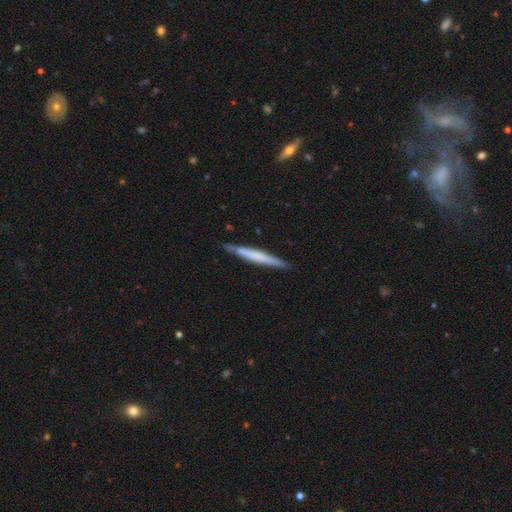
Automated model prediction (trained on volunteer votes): smooth_or_featured: smooth (p=0.50) [alt: featured or disk p=0.45]
how_rounded: cigar-shaped (p=0.97) [alt: in between p=0.02]
merging: none (p=0.87) [alt: minor disturbance p=0.10]